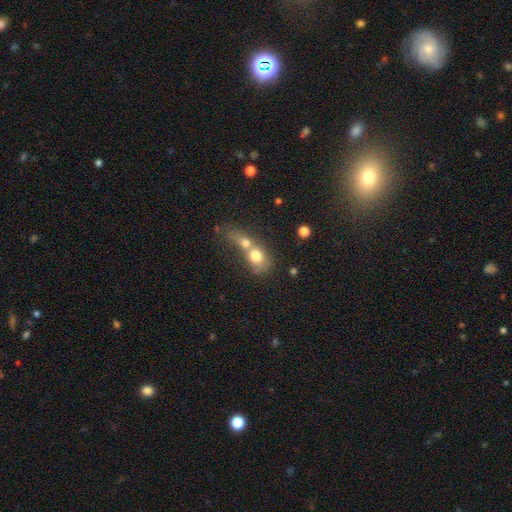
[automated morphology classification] Q: Smooth or featured?
A: smooth (69%); runner-up: featured or disk (21%)
Q: How rounded?
A: round (50%); runner-up: in between (45%)
Q: Merging?
A: merger (74%); runner-up: none (13%)